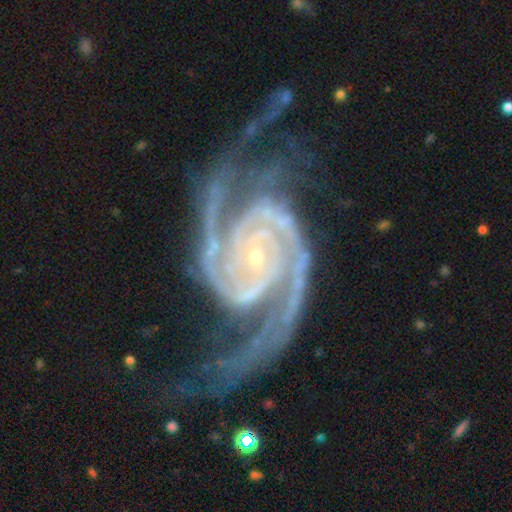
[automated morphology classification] A featured or disk galaxy (94%) with no bar (61%), 2 (78%) tight (47%) spiral arms (99%) and a small central bulge (87%).

Vote fractions:
- Smooth or featured? featured or disk: 94% / star or artifact: 4% / smooth: 2%
- Edge-on disk? no: 98% / yes: 2%
- Bar? no: 61% / weak: 22% / strong: 16%
- Spiral arms? yes: 99% / no: 1%
- Spiral winding? tight: 47% / medium: 45% / loose: 8%
- Spiral arm count? 2: 78% / 3: 8% / can't tell: 4% / 4: 4% / more than 4: 3% / 1: 3%
- Bulge size? small: 87% / moderate: 9% / none: 2% / large: 1% / dominant: 1%
- Merging? none: 60% / minor disturbance: 20% / major disturbance: 17% / merger: 3%